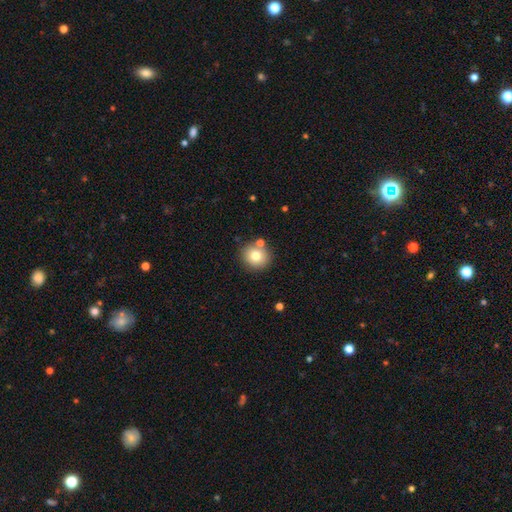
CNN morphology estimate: Smooth or featured? smooth (76%)
How rounded? round (90%)
Merging? none (78%)